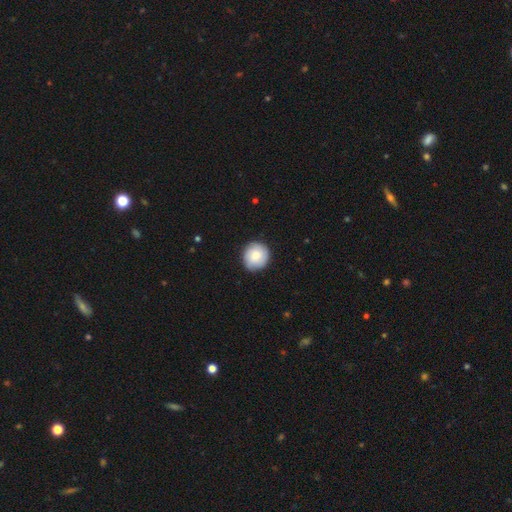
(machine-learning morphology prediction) type=smooth (80%); roundness=round (91%); merging=none (86%).